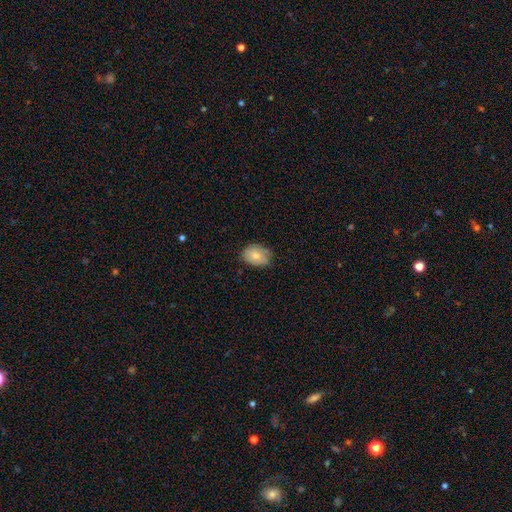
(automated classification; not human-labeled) A smooth galaxy with no disk features (73%) that is in between round and cigar-shaped (69%). Merging: none (65%).